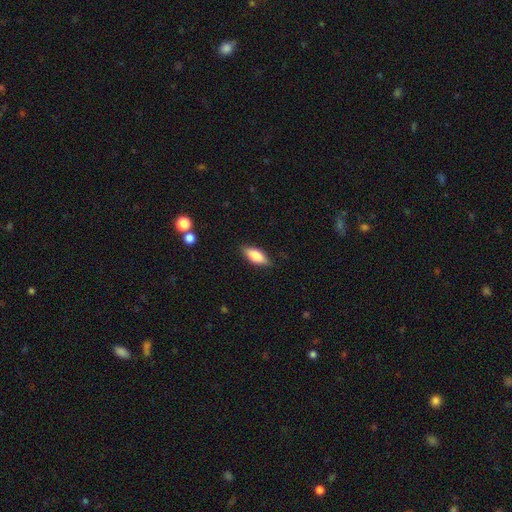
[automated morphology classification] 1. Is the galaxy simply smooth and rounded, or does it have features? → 75% smooth, 18% featured or disk, 7% star or artifact.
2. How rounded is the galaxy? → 78% in between, 19% cigar-shaped, 3% round.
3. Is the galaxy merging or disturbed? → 84% none, 12% minor disturbance, 2% major disturbance, 1% merger.